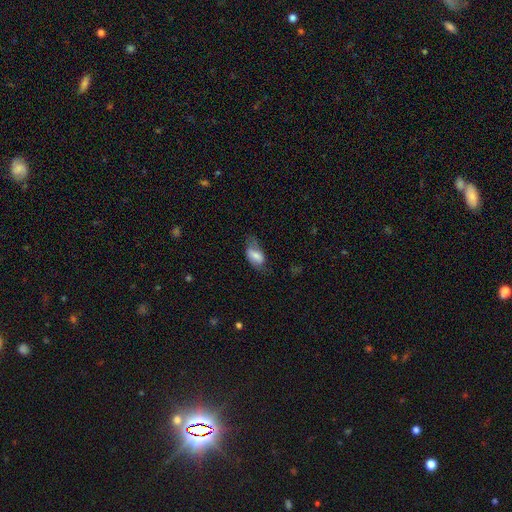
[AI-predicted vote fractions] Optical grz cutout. It shows a smooth galaxy with no disk features (61%) that is in between round and cigar-shaped (90%). Merging: none (50%).